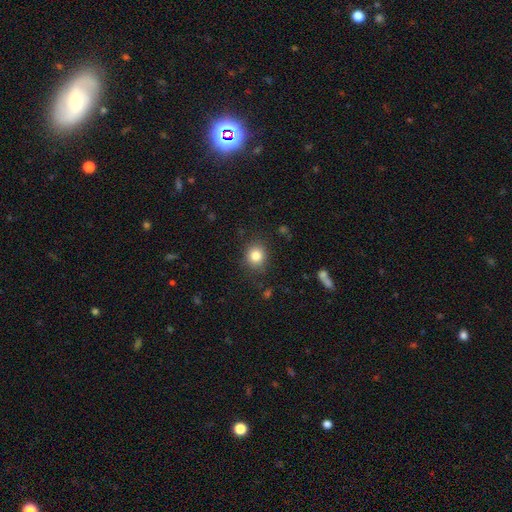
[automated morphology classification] Smooth or featured: smooth — 83% (star or artifact — 11%)
How rounded: round — 79% (in between — 20%)
Merging: none — 85% (minor disturbance — 10%)